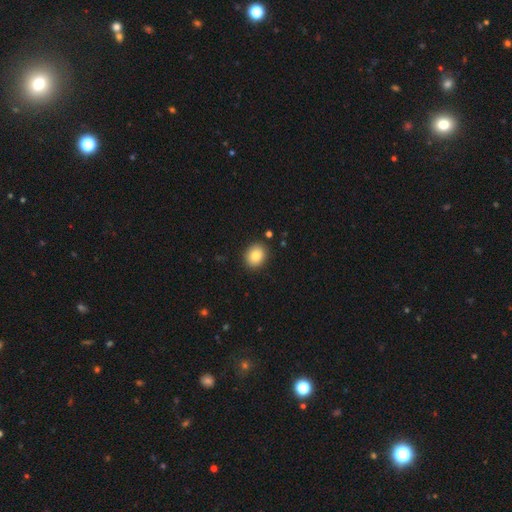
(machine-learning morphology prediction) Smooth or featured?
  - smooth: 84% *
  - star or artifact: 9%
  - featured or disk: 8%
How rounded?
  - round: 61% *
  - in between: 38%
  - cigar-shaped: 1%
Merging?
  - none: 90% *
  - minor disturbance: 7%
  - major disturbance: 2%
  - merger: 1%